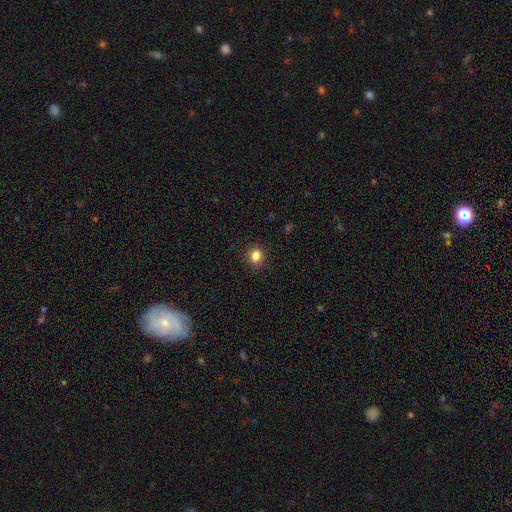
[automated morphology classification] Overall: smooth (84%). How rounded: round (71%). Merging: none (89%).